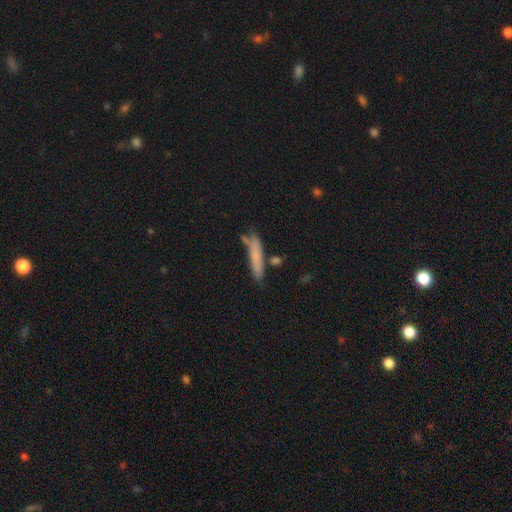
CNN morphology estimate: smooth_or_featured: smooth (p=0.72) [alt: featured or disk p=0.20]
how_rounded: cigar-shaped (p=0.88) [alt: in between p=0.10]
merging: none (p=0.69) [alt: minor disturbance p=0.18]